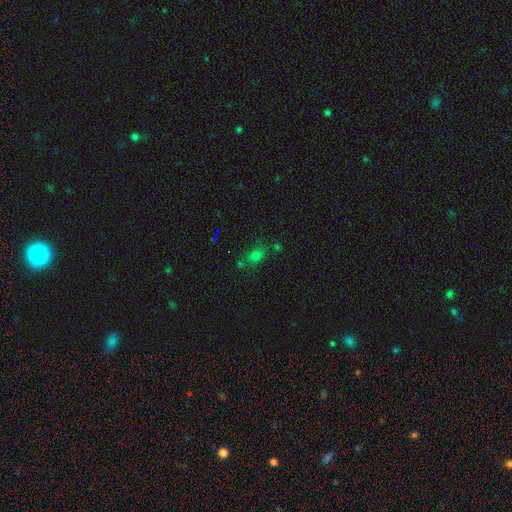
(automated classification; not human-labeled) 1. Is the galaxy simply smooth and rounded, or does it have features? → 66% smooth, 24% star or artifact, 10% featured or disk.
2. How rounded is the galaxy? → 66% in between, 29% round, 5% cigar-shaped.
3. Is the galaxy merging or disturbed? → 66% none, 16% minor disturbance, 11% merger, 6% major disturbance.